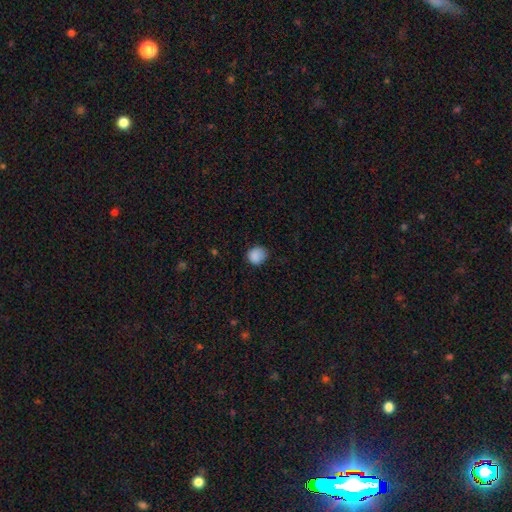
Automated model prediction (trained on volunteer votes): This is clearly a smooth galaxy (87%). How rounded: clearly round (83%). Merging: likely none (73%).